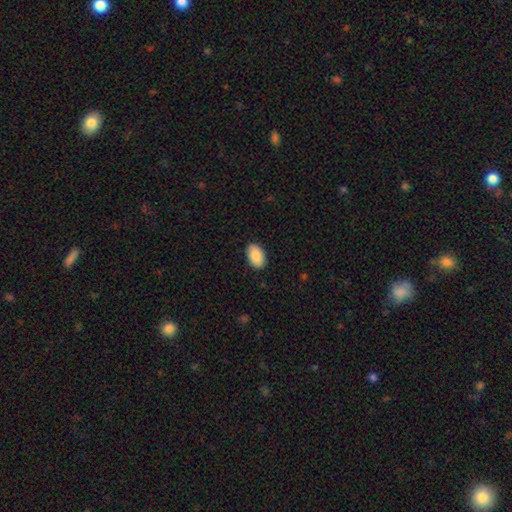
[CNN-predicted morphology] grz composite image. It shows a smooth galaxy with no disk features (90%) that is in between round and cigar-shaped (94%). Merging: none (89%).